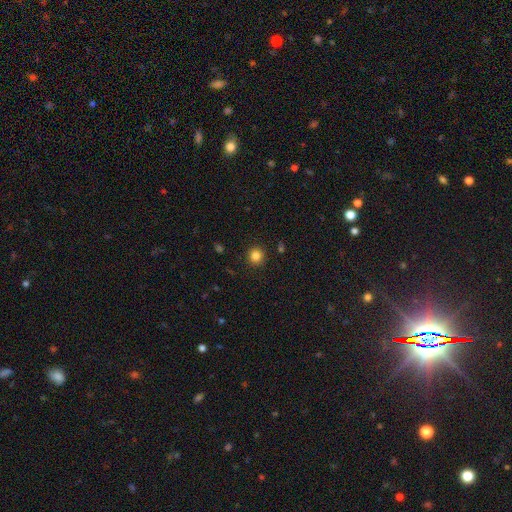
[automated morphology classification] The model was most divided on "smooth or featured": smooth: 83%, star or artifact: 12%, featured or disk: 4%. More confident: how rounded — round (93%); merging — none (91%).